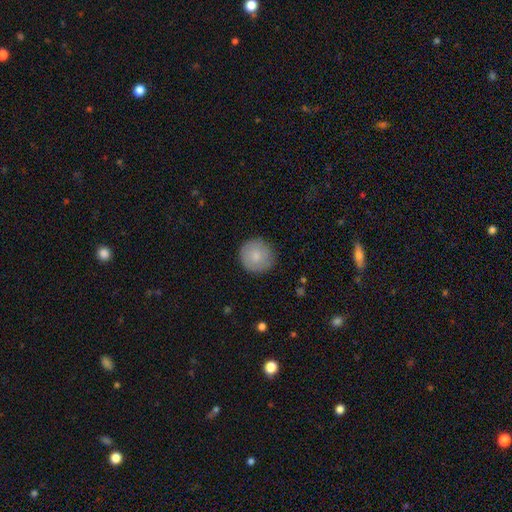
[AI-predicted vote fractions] Smooth or featured? smooth (82%)
How rounded? round (95%)
Merging? none (88%)